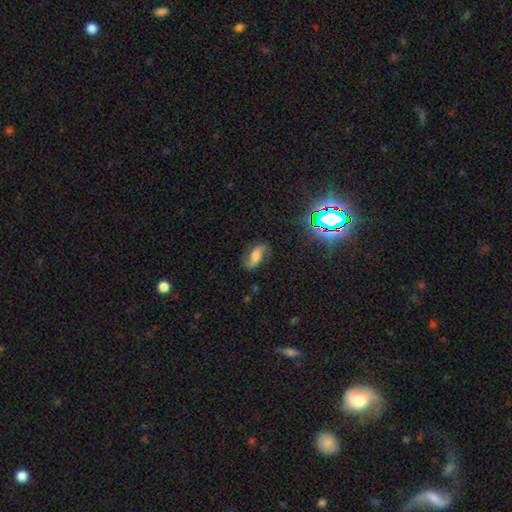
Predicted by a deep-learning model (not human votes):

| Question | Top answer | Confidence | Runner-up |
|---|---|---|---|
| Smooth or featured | featured or disk | 66% | smooth (22%) |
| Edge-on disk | no | 95% | yes (5%) |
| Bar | no | 45% | weak (35%) |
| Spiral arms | yes | 93% | no (7%) |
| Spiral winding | loose | 65% | medium (27%) |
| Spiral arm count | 2 | 91% | can't tell (3%) |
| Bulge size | moderate | 39% | small (21%) |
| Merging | none | 77% | minor disturbance (16%) |